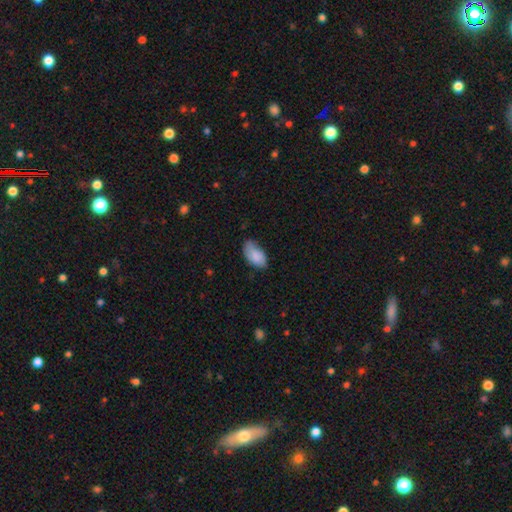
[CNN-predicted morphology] Q: Smooth or featured?
A: smooth (83%); runner-up: featured or disk (11%)
Q: How rounded?
A: in between (94%); runner-up: round (3%)
Q: Merging?
A: none (53%); runner-up: minor disturbance (37%)